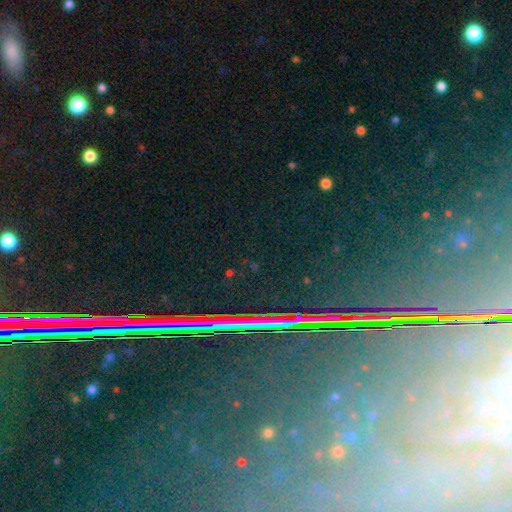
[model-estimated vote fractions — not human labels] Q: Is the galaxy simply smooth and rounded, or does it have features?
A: star or artifact — 77%.